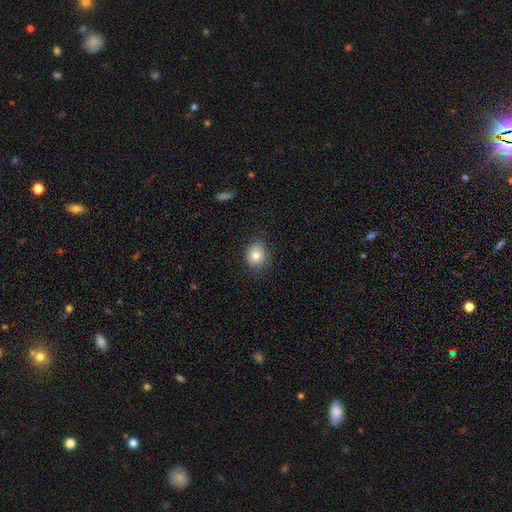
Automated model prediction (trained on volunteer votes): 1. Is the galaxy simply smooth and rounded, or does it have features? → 80% smooth, 11% featured or disk, 10% star or artifact.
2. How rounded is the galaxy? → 70% round, 29% in between, 1% cigar-shaped.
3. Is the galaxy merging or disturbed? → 83% none, 13% minor disturbance, 3% major disturbance, 1% merger.